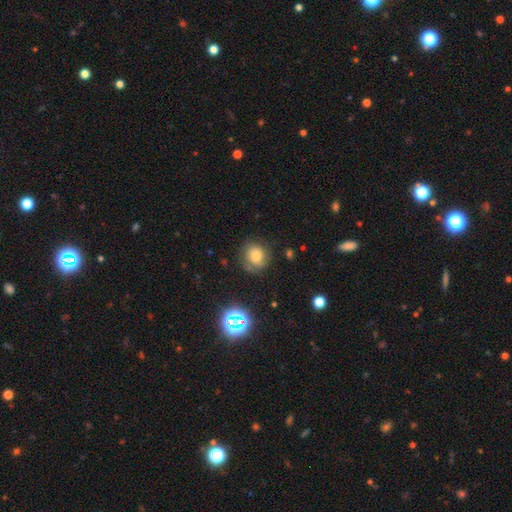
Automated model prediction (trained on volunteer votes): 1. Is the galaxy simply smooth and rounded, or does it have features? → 65% smooth, 19% featured or disk, 16% star or artifact.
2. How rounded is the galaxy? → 78% round, 21% in between, 1% cigar-shaped.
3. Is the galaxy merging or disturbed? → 70% none, 20% minor disturbance, 8% major disturbance, 2% merger.